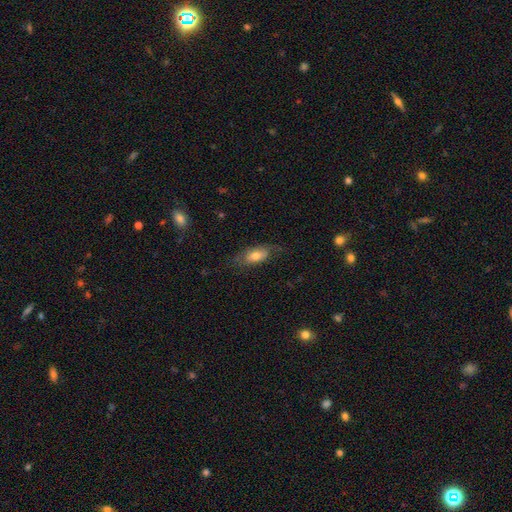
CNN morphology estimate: Q: Smooth or featured?
A: smooth (66%); runner-up: featured or disk (26%)
Q: How rounded?
A: in between (85%); runner-up: cigar-shaped (10%)
Q: Merging?
A: none (63%); runner-up: minor disturbance (24%)